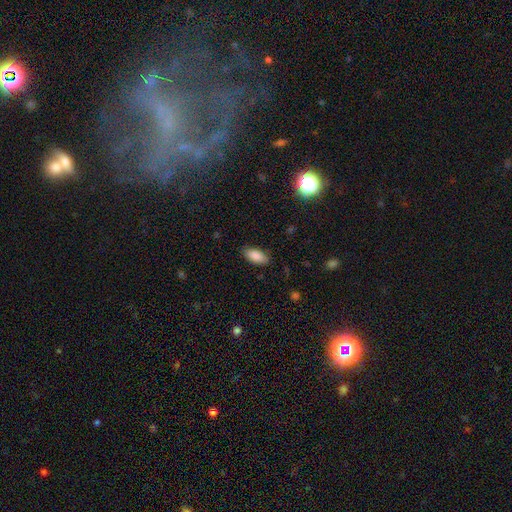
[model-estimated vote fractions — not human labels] The model was most divided on "merging": none: 86%, minor disturbance: 11%, major disturbance: 3%, merger: 1%. More confident: how rounded — in between (90%); smooth or featured — smooth (87%).